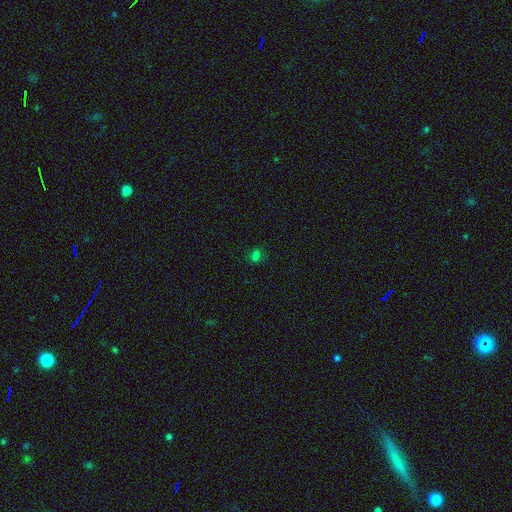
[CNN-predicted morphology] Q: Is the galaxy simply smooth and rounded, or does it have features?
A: smooth — 62%.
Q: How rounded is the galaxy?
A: round — 51%.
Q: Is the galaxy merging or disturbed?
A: none — 71%.